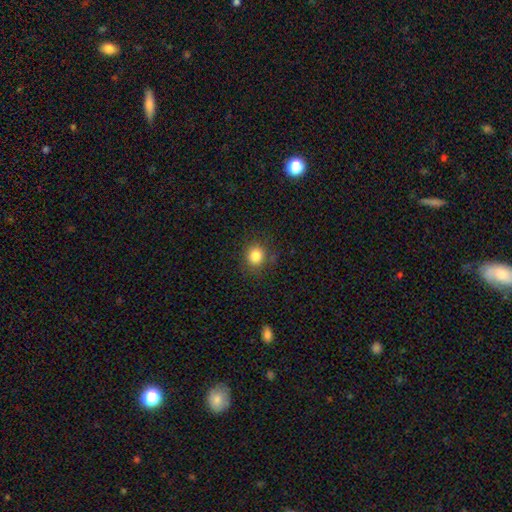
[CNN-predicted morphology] A smooth galaxy with no disk features (83%) that is round (83%). Merging: none (85%).